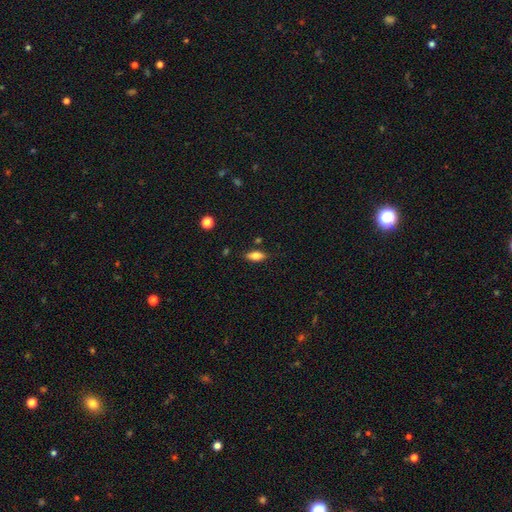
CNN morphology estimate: Smooth or featured?
  - smooth: 73% *
  - featured or disk: 18%
  - star or artifact: 8%
How rounded?
  - in between: 80% *
  - cigar-shaped: 17%
  - round: 3%
Merging?
  - none: 82% *
  - minor disturbance: 13%
  - merger: 3%
  - major disturbance: 3%